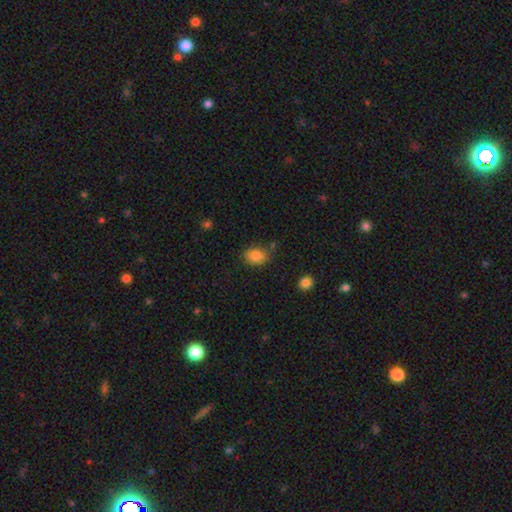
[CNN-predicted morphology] smooth_or_featured: smooth (p=0.86) [alt: star or artifact p=0.09]
how_rounded: in between (p=0.64) [alt: round p=0.35]
merging: none (p=0.73) [alt: minor disturbance p=0.18]